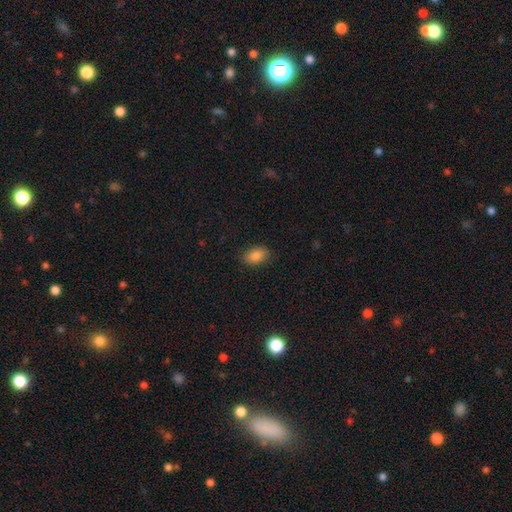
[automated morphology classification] A smooth galaxy with no disk features (87%) that is in between round and cigar-shaped (91%).

Vote fractions:
- Smooth or featured? smooth: 87% / star or artifact: 8% / featured or disk: 5%
- How rounded? in between: 91% / round: 7% / cigar-shaped: 2%
- Merging? none: 87% / minor disturbance: 10% / major disturbance: 2% / merger: 1%